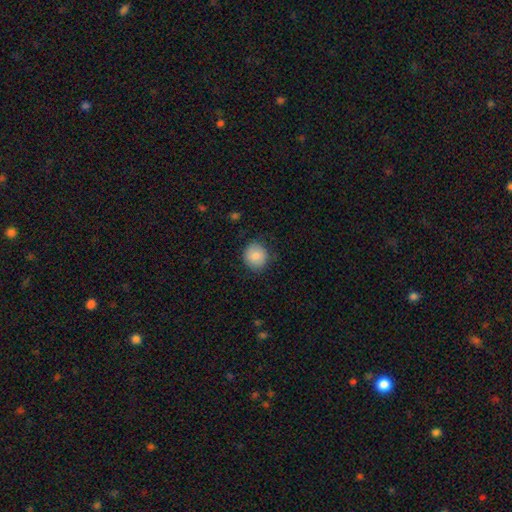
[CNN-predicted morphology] This appears to be a smooth galaxy with no disk features (87%) that is round (84%). Merging: none (83%).